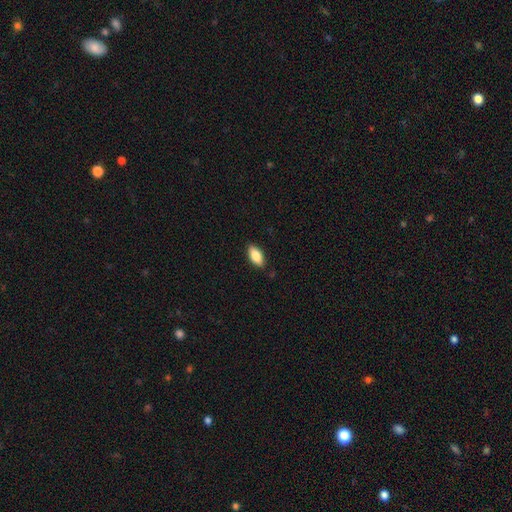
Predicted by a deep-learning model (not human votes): Q: Smooth or featured?
A: smooth (83%); runner-up: featured or disk (10%)
Q: How rounded?
A: in between (89%); runner-up: cigar-shaped (8%)
Q: Merging?
A: none (87%); runner-up: minor disturbance (10%)